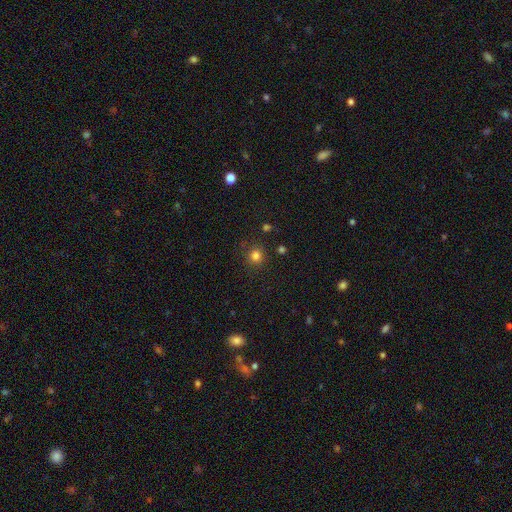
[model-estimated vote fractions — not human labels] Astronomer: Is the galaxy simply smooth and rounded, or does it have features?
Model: smooth — 80%.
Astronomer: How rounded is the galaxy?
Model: round — 90%.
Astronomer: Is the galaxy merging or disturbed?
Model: none — 86%.